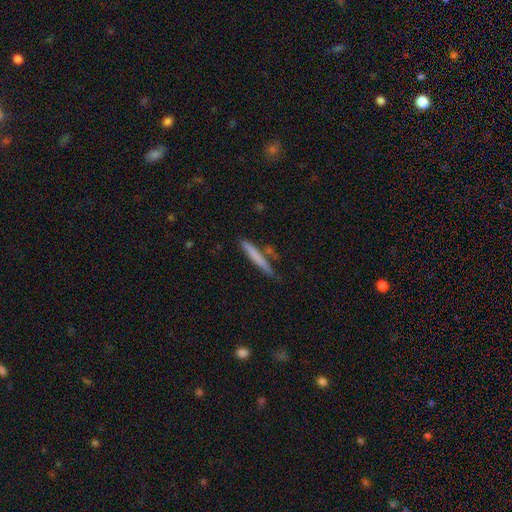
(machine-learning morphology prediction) Smooth or featured?
  - smooth: 67% *
  - featured or disk: 28%
  - star or artifact: 6%
How rounded?
  - cigar-shaped: 96% *
  - in between: 3%
  - round: 1%
Merging?
  - none: 76% *
  - minor disturbance: 15%
  - merger: 5%
  - major disturbance: 3%